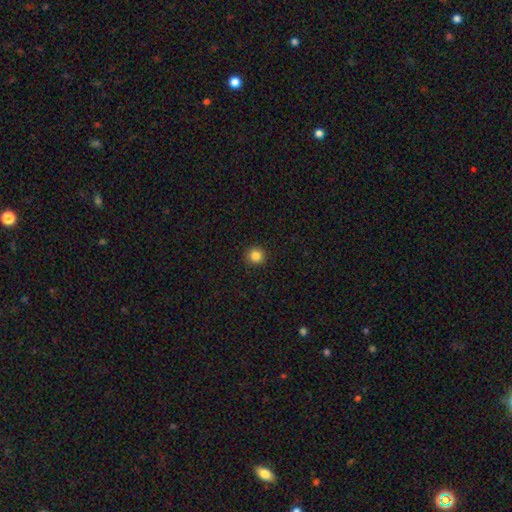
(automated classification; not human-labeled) Smooth or featured? Predicted: smooth (p=0.84). How rounded? Predicted: round (p=0.95). Merging? Predicted: none (p=0.93).